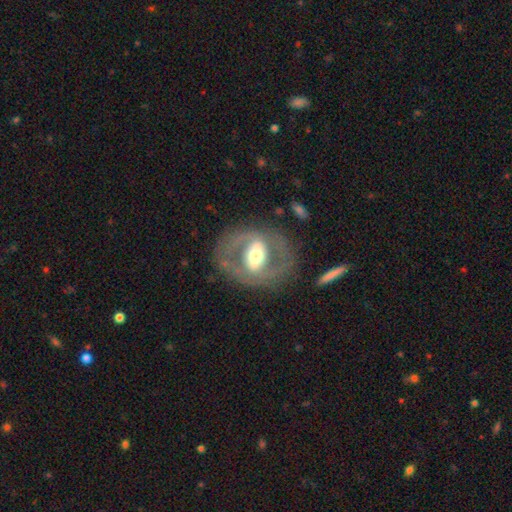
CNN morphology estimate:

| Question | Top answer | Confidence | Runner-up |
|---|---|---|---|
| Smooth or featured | featured or disk | 73% | smooth (21%) |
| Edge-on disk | no | 93% | yes (7%) |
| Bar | strong | 44% | weak (31%) |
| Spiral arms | no | 51% | yes (49%) |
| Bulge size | moderate | 60% | large (26%) |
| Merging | none | 74% | minor disturbance (13%) |